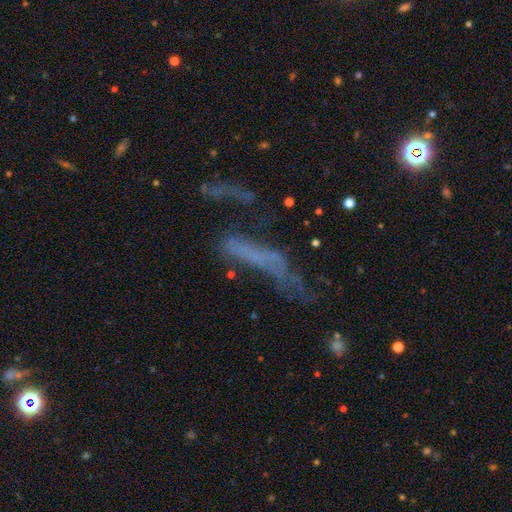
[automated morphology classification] Smooth or featured? featured or disk (43%)
Merging? major disturbance (41%)